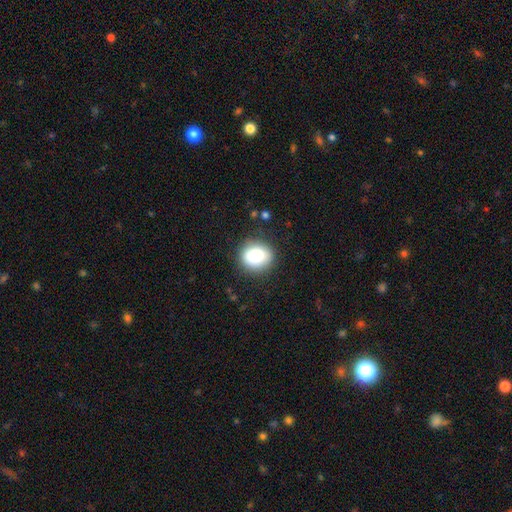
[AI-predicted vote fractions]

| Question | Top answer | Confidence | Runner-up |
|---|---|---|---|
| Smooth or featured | smooth | 85% | star or artifact (9%) |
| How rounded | round | 71% | in between (28%) |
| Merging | none | 84% | minor disturbance (11%) |